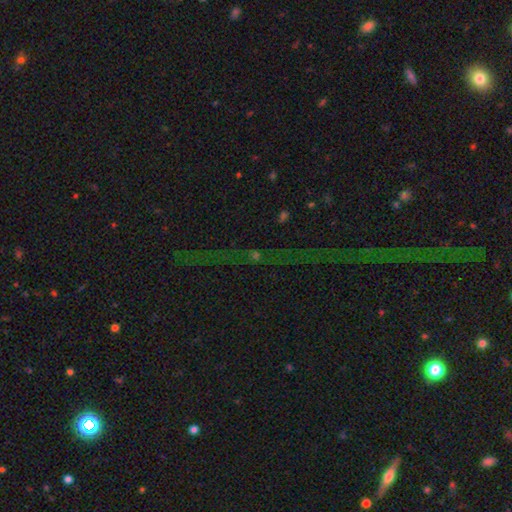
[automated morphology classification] Smooth or featured? star or artifact (64%)